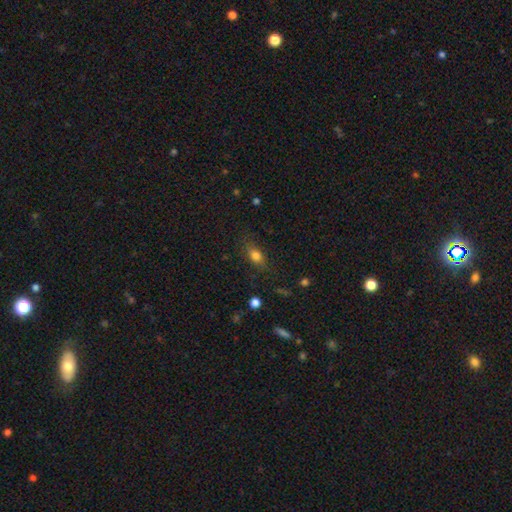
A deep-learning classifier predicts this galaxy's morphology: Q: Smooth or featured?
A: smooth (78%); runner-up: featured or disk (11%)
Q: How rounded?
A: in between (75%); runner-up: round (16%)
Q: Merging?
A: none (77%); runner-up: minor disturbance (16%)